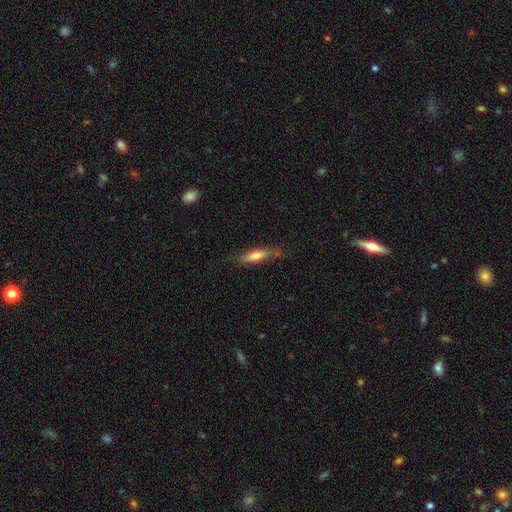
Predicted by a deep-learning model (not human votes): Q: Smooth or featured?
A: smooth (67%); runner-up: featured or disk (26%)
Q: How rounded?
A: cigar-shaped (71%); runner-up: in between (27%)
Q: Merging?
A: none (69%); runner-up: minor disturbance (22%)